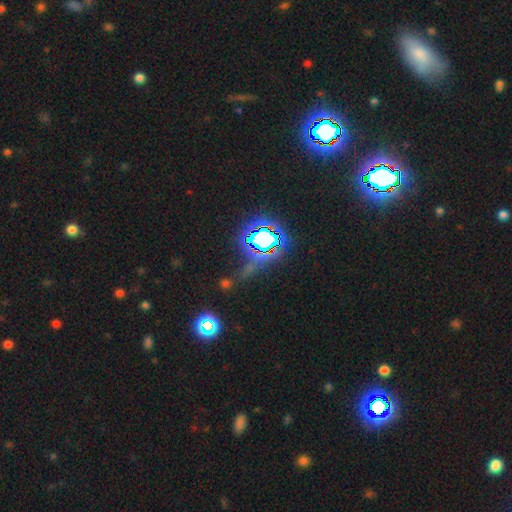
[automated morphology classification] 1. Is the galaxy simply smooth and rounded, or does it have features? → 77% star or artifact, 13% smooth, 10% featured or disk.